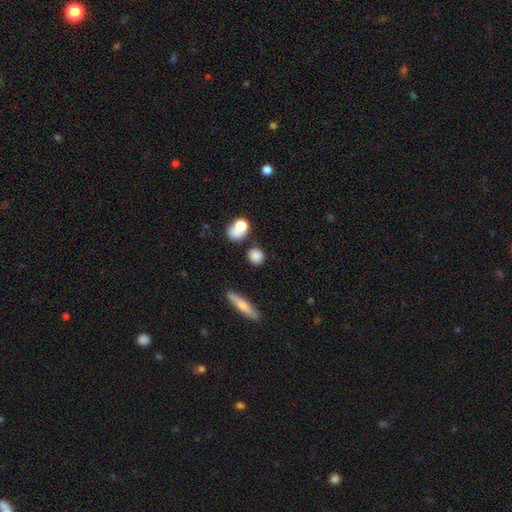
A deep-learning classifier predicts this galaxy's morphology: Smooth or featured: smooth — 82% (star or artifact — 10%)
How rounded: round — 82% (in between — 14%)
Merging: none — 78% (minor disturbance — 11%)